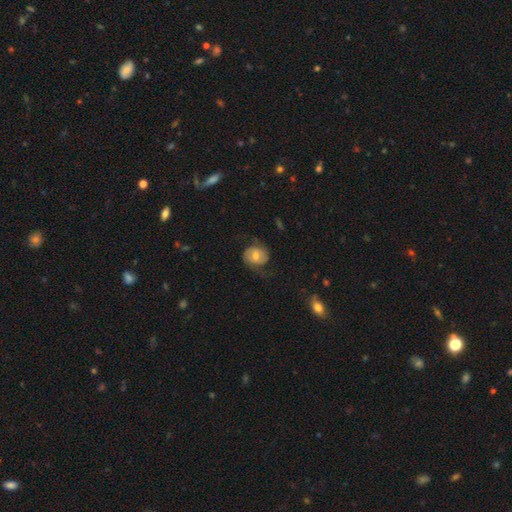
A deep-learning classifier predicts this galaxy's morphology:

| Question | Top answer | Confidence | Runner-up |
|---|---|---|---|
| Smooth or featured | featured or disk | 58% | smooth (34%) |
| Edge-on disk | no | 97% | yes (3%) |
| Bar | no | 55% | weak (35%) |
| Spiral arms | yes | 84% | no (16%) |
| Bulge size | moderate | 65% | small (26%) |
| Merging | none | 66% | minor disturbance (18%) |